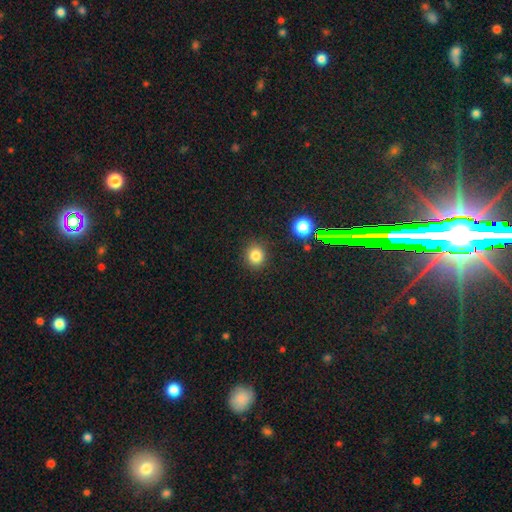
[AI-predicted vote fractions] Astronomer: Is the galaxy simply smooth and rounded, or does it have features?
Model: smooth — 81%.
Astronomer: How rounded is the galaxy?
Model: round — 84%.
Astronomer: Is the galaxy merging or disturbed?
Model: none — 88%.